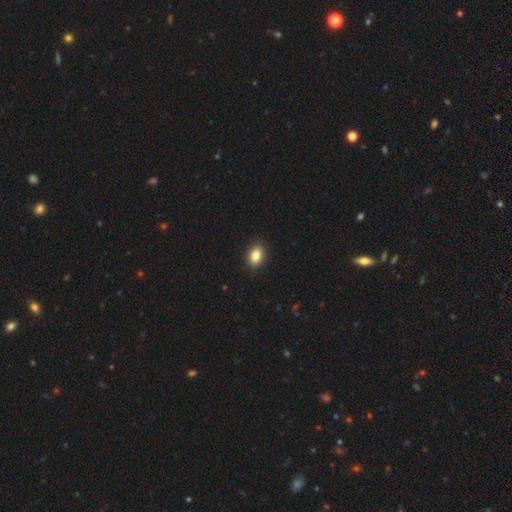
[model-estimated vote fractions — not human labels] Morphology: type=smooth (84%); roundness=in between (81%); merging=none (89%).